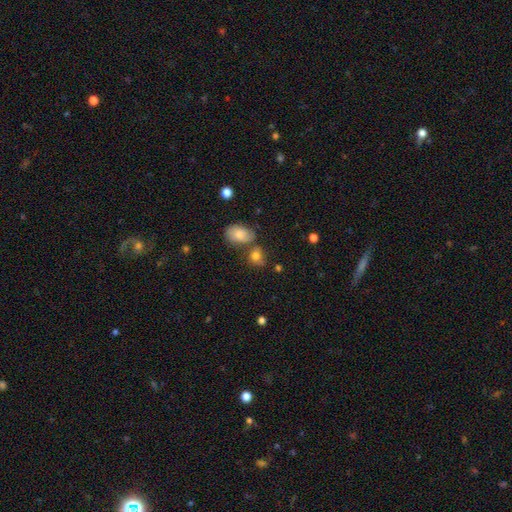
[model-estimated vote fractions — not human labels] A smooth galaxy with no disk features (77%) that is round (50%). Merging: none (55%).